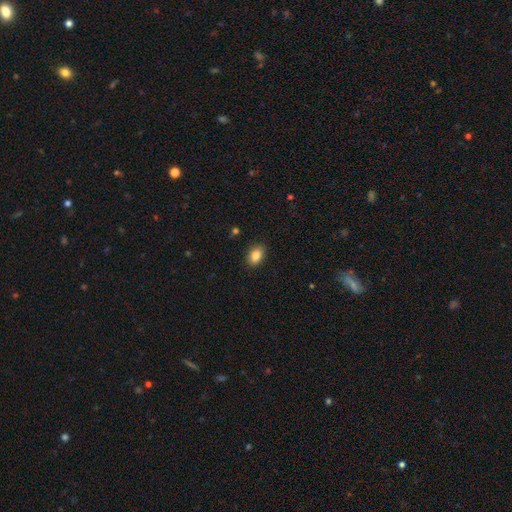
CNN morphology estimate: Overall: smooth (86%). How rounded: in between (83%). Merging: none (87%).